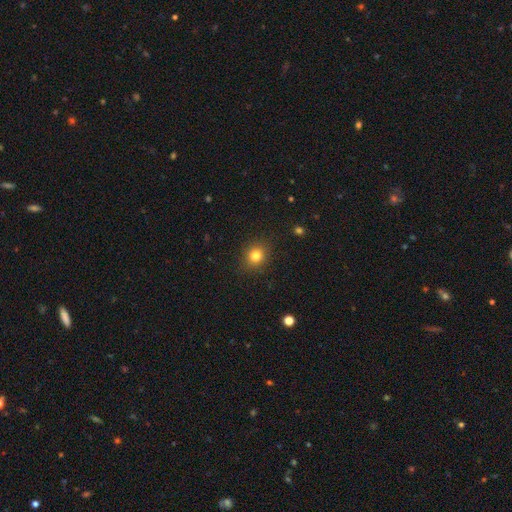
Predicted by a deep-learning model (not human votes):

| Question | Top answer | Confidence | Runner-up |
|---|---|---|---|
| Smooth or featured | smooth | 80% | star or artifact (13%) |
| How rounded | round | 77% | in between (22%) |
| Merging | none | 89% | minor disturbance (8%) |